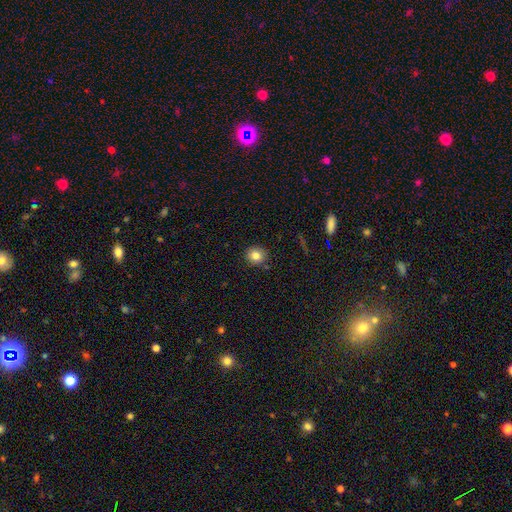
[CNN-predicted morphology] Q: Smooth or featured?
A: smooth (82%); runner-up: star or artifact (11%)
Q: How rounded?
A: round (87%); runner-up: in between (12%)
Q: Merging?
A: none (88%); runner-up: minor disturbance (8%)